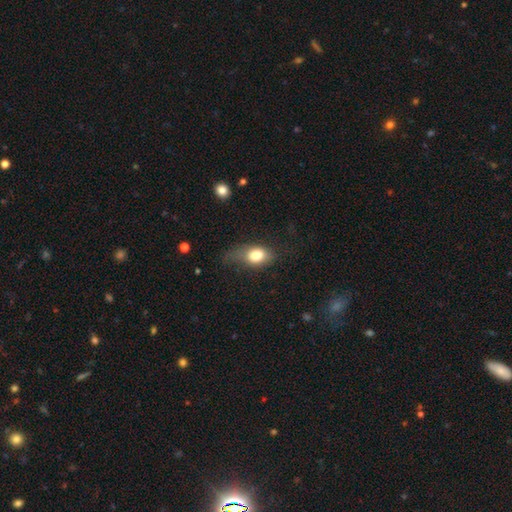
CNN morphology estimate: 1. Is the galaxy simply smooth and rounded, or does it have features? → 78% smooth, 14% featured or disk, 9% star or artifact.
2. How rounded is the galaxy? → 78% in between, 19% round, 4% cigar-shaped.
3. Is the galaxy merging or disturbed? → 41% none, 31% minor disturbance, 25% major disturbance, 3% merger.